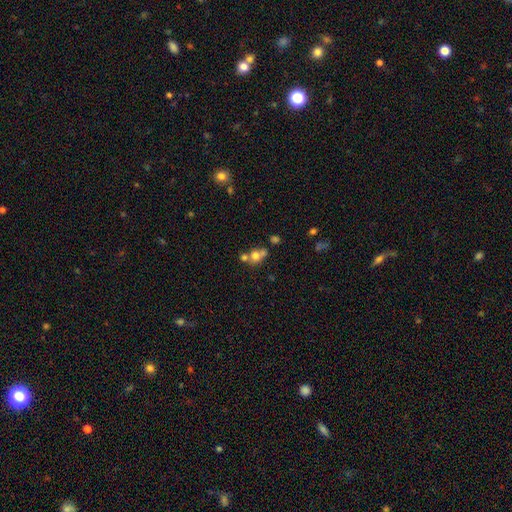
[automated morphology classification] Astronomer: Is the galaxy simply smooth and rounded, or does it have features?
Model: smooth — 66%.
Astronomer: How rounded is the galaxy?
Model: round — 71%.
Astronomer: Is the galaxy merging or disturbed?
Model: merger — 52% (runner-up: none, 35%).